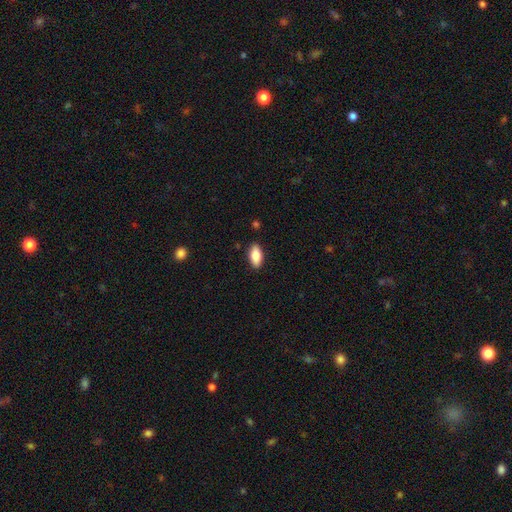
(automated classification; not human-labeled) The model was most divided on "smooth or featured": smooth: 83%, featured or disk: 10%, star or artifact: 7%. More confident: how rounded — in between (89%); merging — none (88%).